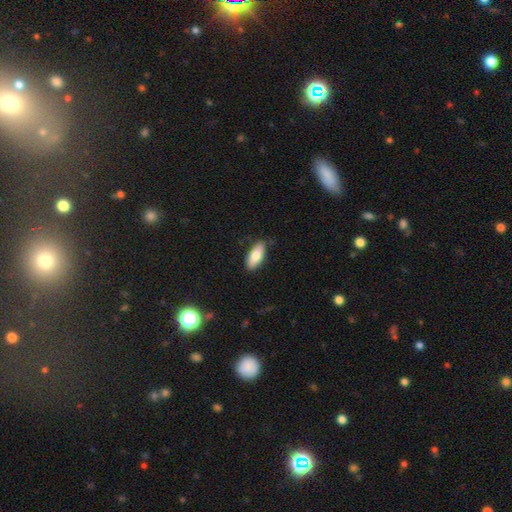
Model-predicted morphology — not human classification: This appears to be a smooth galaxy with no disk features (79%) that is in between round and cigar-shaped (78%). Merging: none (81%).